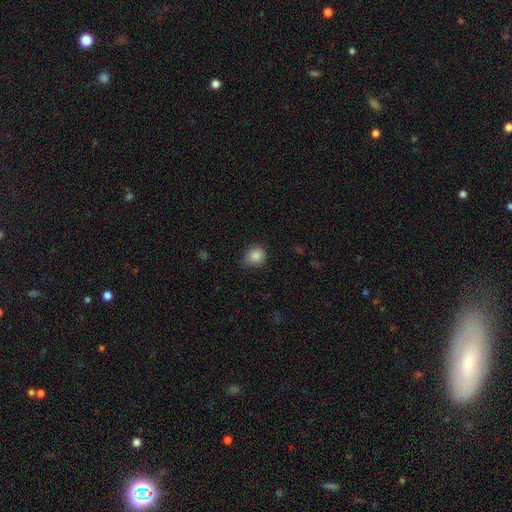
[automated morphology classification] smooth-or-featured: smooth: 87% | star or artifact: 9% | featured or disk: 4%
  how-rounded: round: 80% | in between: 19% | cigar-shaped: 1%
  merging: none: 71% | minor disturbance: 23% | major disturbance: 4% | merger: 1%